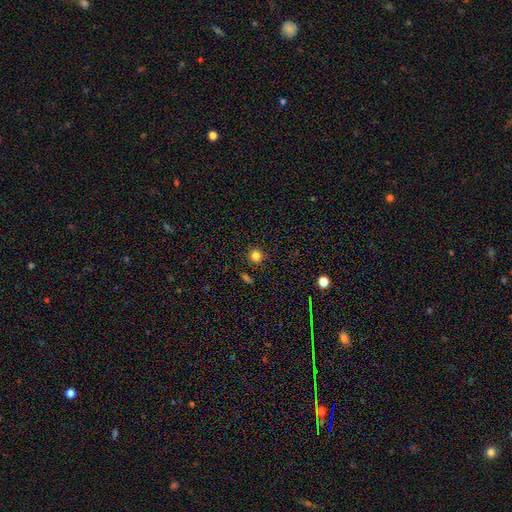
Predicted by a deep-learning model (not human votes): smooth 81%, star or artifact 14%, featured or disk 5%. Down the decision tree: how rounded — round (94%); merging — none (89%).